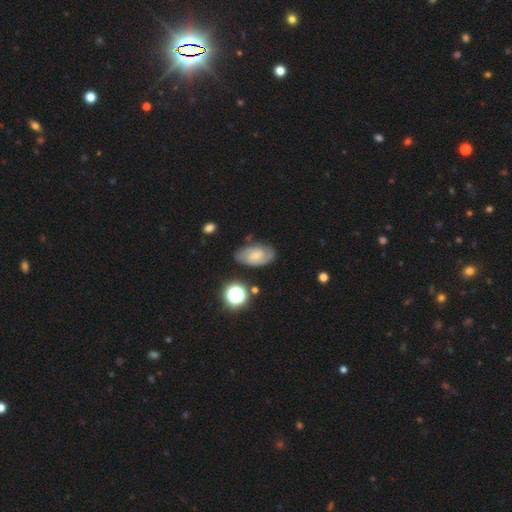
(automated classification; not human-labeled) Morphology: type=featured or disk (57%); edge-on=no (95%); bar=weak (47%); spiral arms=yes (87%); bulge=small (41%); merging=none (71%).